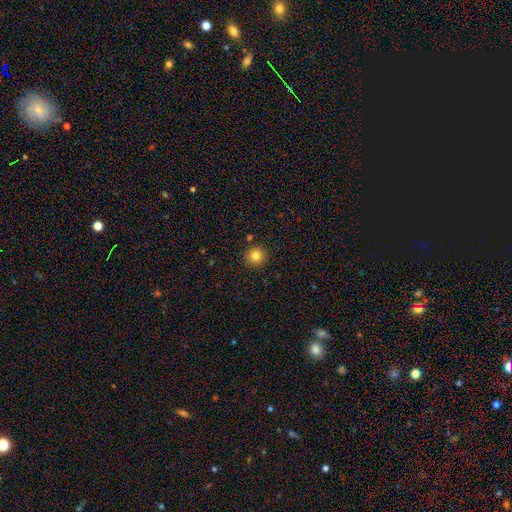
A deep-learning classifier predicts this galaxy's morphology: Q: Smooth or featured?
A: smooth (82%); runner-up: star or artifact (12%)
Q: How rounded?
A: round (95%); runner-up: in between (4%)
Q: Merging?
A: none (91%); runner-up: minor disturbance (5%)